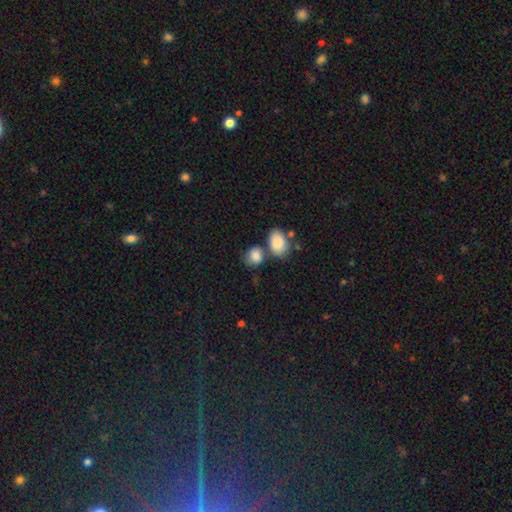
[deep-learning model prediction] Q: Smooth or featured?
A: smooth (85%); runner-up: star or artifact (8%)
Q: How rounded?
A: in between (51%); runner-up: round (47%)
Q: Merging?
A: none (49%); runner-up: merger (30%)